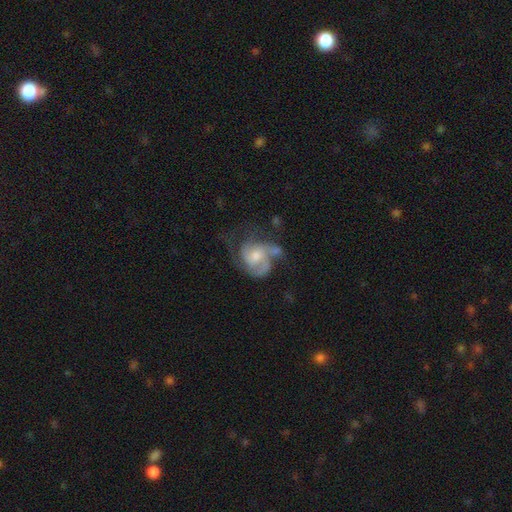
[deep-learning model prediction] featured or disk 75%, smooth 18%, star or artifact 7%. Down the decision tree: edge-on disk — no (98%); bar — no (68%); spiral arms — yes (88%); spiral arm count — 2 (42%); spiral winding — medium (45%); bulge size — moderate (57%); merging — none (37%).